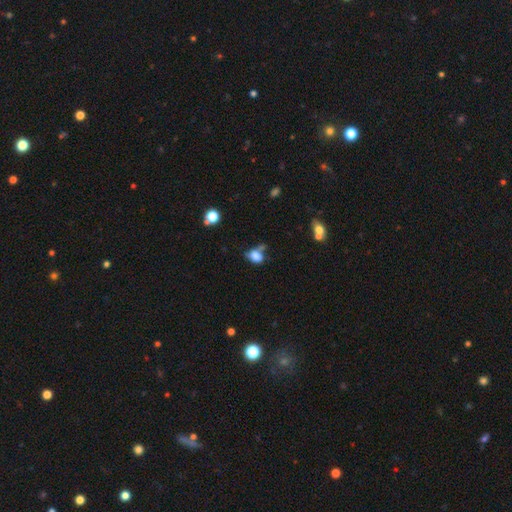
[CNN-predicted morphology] Smooth or featured: smooth — 77% (star or artifact — 11%)
How rounded: in between — 70% (round — 28%)
Merging: none — 37% (minor disturbance — 28%)